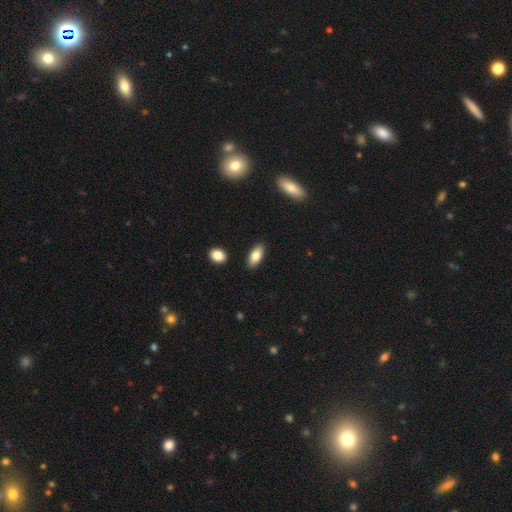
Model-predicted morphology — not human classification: This is clearly a smooth galaxy (81%). How rounded: clearly in between (87%). Merging: clearly none (87%).